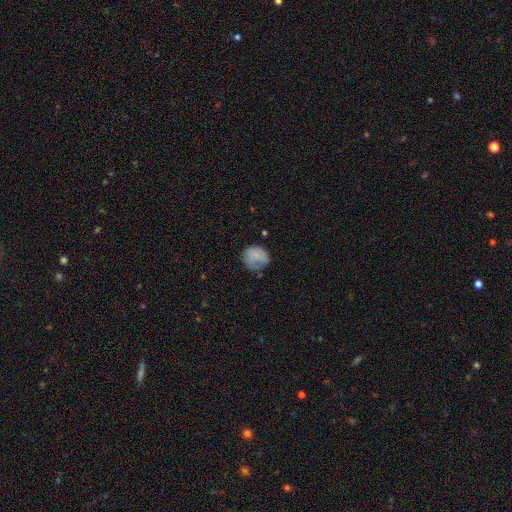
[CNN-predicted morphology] smooth 79%, featured or disk 13%, star or artifact 9%. Down the decision tree: how rounded — round (76%); merging — none (56%).